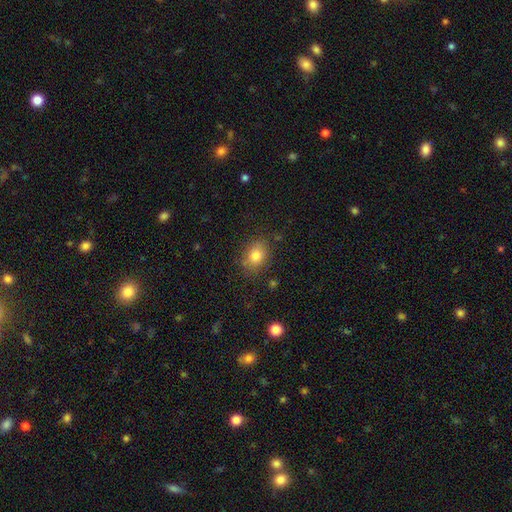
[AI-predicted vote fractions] This is clearly a smooth galaxy (80%). How rounded: likely in between (65%). Merging: likely none (79%).